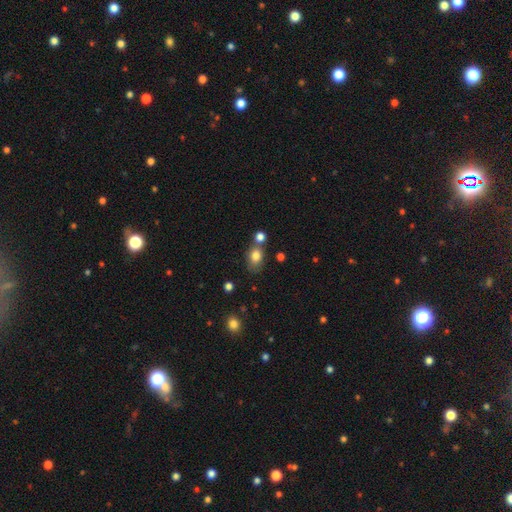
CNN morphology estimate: Smooth or featured? smooth (81%)
How rounded? in between (70%)
Merging? none (58%)